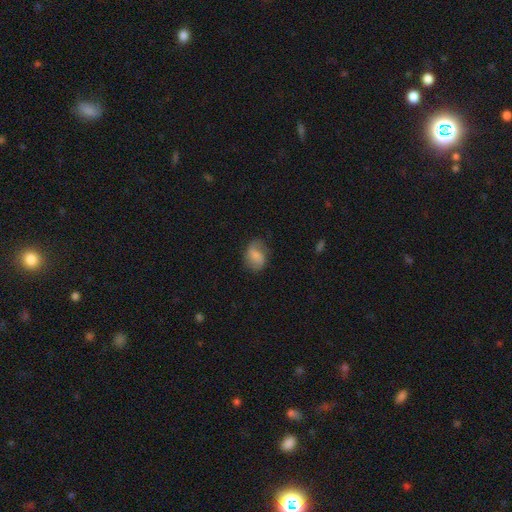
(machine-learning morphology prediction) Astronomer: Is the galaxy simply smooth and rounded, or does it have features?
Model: smooth — 57% (runner-up: featured or disk, 35%).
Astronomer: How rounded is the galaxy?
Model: in between — 65%.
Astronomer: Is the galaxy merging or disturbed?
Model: none — 62%.